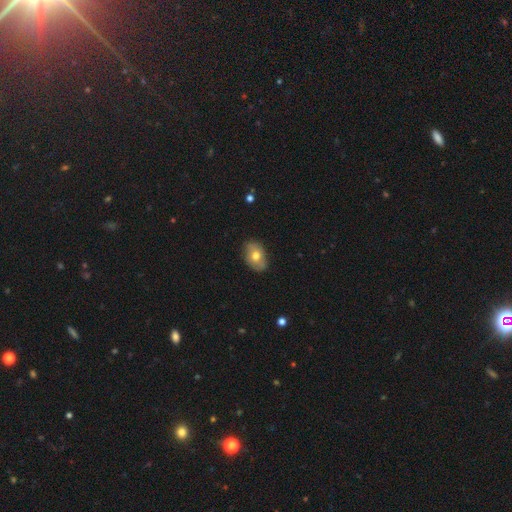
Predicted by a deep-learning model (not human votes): smooth-or-featured: smooth: 65% | featured or disk: 27% | star or artifact: 8%
  how-rounded: in between: 80% | round: 18% | cigar-shaped: 1%
  merging: none: 80% | minor disturbance: 16% | major disturbance: 3% | merger: 1%